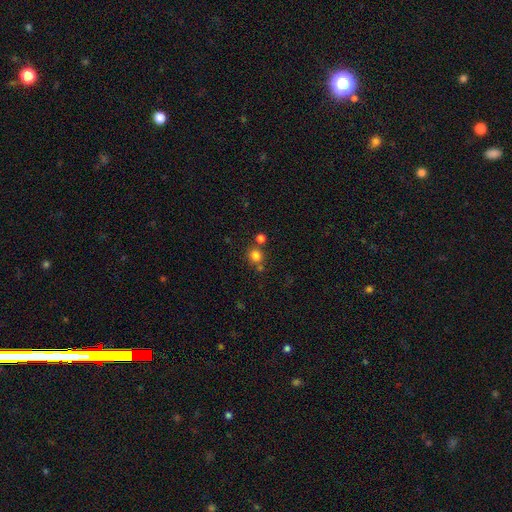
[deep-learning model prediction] Smooth or featured?
  - smooth: 79% *
  - star or artifact: 15%
  - featured or disk: 6%
How rounded?
  - round: 90% *
  - in between: 9%
  - cigar-shaped: 1%
Merging?
  - none: 70% *
  - merger: 18%
  - minor disturbance: 9%
  - major disturbance: 3%